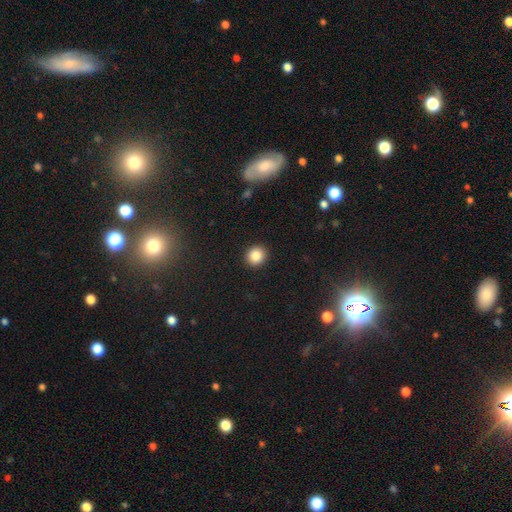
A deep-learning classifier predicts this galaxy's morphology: This is clearly a smooth galaxy (85%). How rounded: clearly round (87%). Merging: clearly none (92%).